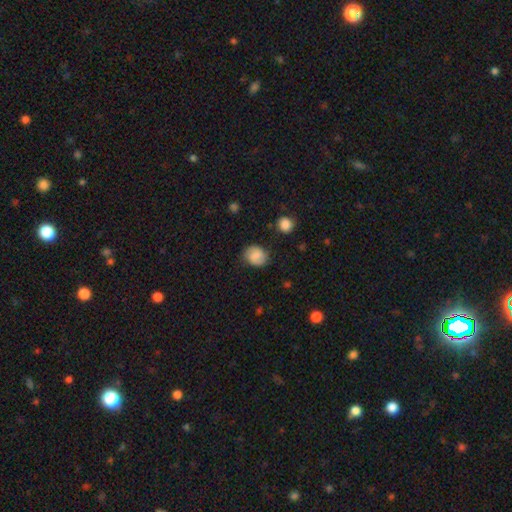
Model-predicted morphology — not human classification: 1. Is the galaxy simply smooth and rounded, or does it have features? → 68% smooth, 24% featured or disk, 8% star or artifact.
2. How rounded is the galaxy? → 65% round, 34% in between, 1% cigar-shaped.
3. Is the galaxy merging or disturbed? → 77% none, 16% minor disturbance, 5% major disturbance, 2% merger.